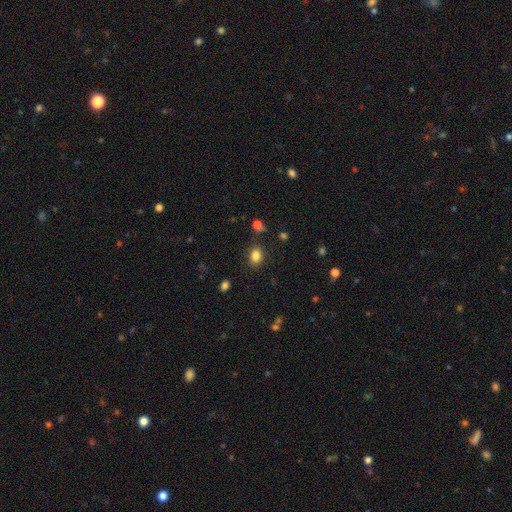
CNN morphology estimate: Smooth or featured?
  - smooth: 83% *
  - star or artifact: 11%
  - featured or disk: 6%
How rounded?
  - in between: 65% *
  - round: 34%
  - cigar-shaped: 1%
Merging?
  - none: 84% *
  - minor disturbance: 10%
  - major disturbance: 3%
  - merger: 3%